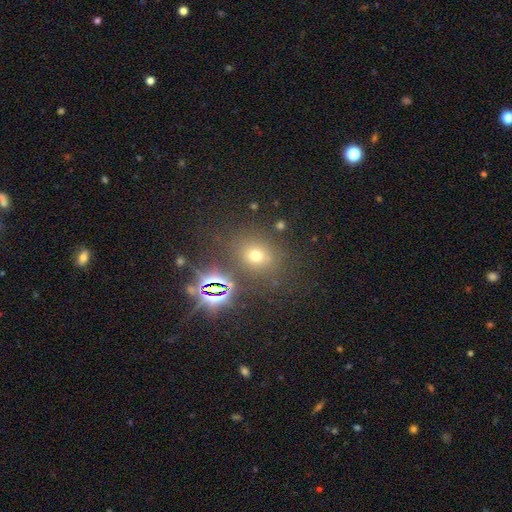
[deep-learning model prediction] The model was most divided on "how rounded": round: 64%, in between: 34%, cigar-shaped: 1%. More confident: merging — none (77%); smooth or featured — smooth (60%).